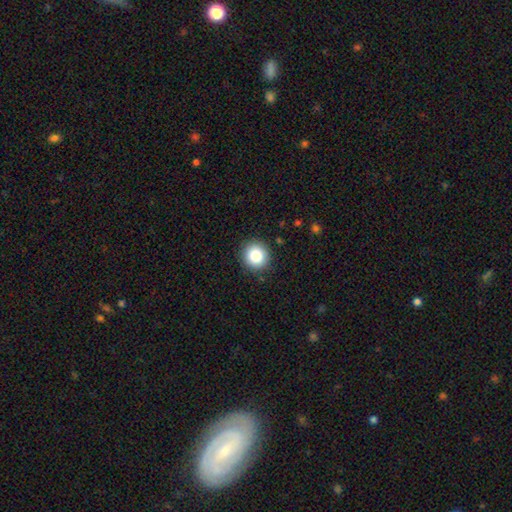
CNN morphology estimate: type=smooth (85%); roundness=round (92%); merging=none (90%).